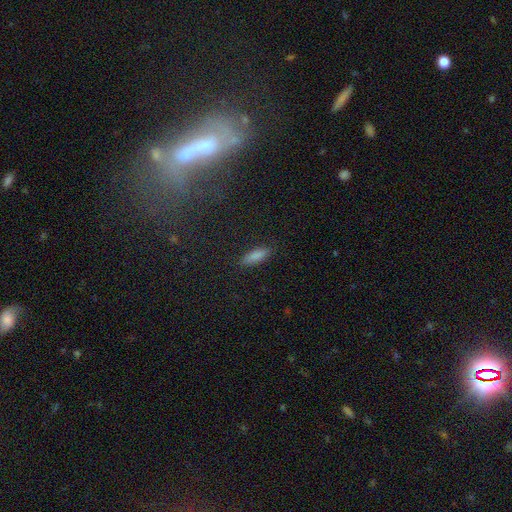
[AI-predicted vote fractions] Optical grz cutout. It shows a smooth galaxy with no disk features (84%) that is in between round and cigar-shaped (53%). Merging: none (86%).